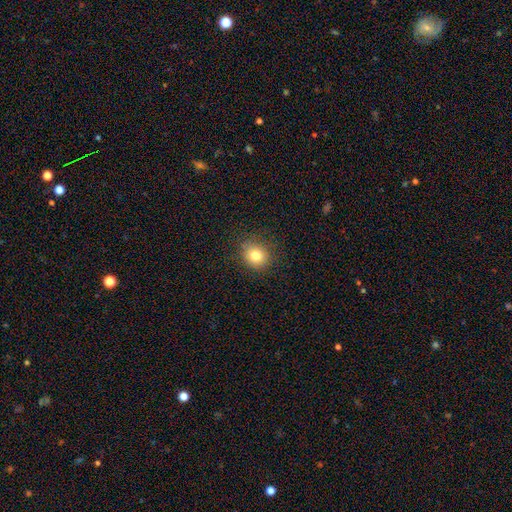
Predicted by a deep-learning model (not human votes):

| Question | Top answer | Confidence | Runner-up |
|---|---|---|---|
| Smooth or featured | smooth | 80% | star or artifact (12%) |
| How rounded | round | 82% | in between (17%) |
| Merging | none | 87% | minor disturbance (9%) |